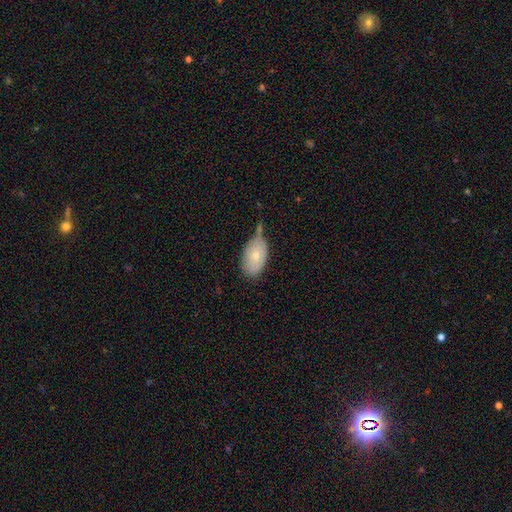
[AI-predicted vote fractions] Overall: smooth (73%). How rounded: in between (91%). Merging: none (49%; minor disturbance 29%).